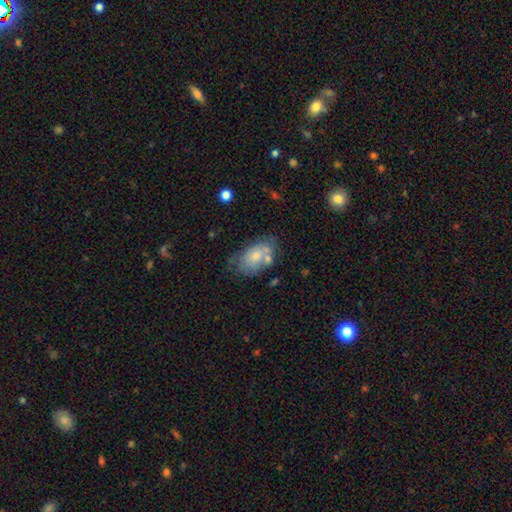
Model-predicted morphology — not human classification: A smooth galaxy with no disk features (61%) that is in between round and cigar-shaped (89%). Merging: none (44%).